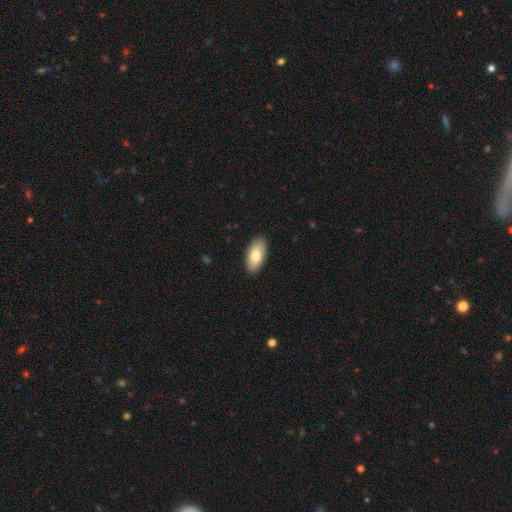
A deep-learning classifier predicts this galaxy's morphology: This appears to be a smooth galaxy with no disk features (78%) that is in between round and cigar-shaped (93%). Merging: none (89%).